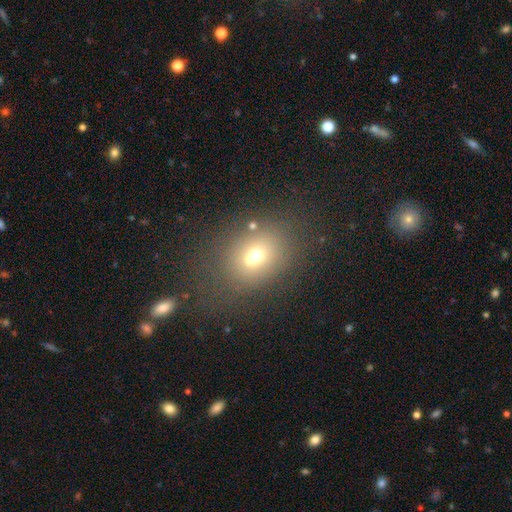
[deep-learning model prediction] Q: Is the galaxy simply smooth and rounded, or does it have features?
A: smooth — 61%.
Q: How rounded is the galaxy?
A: in between — 50%.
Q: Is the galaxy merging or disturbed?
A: none — 43%.